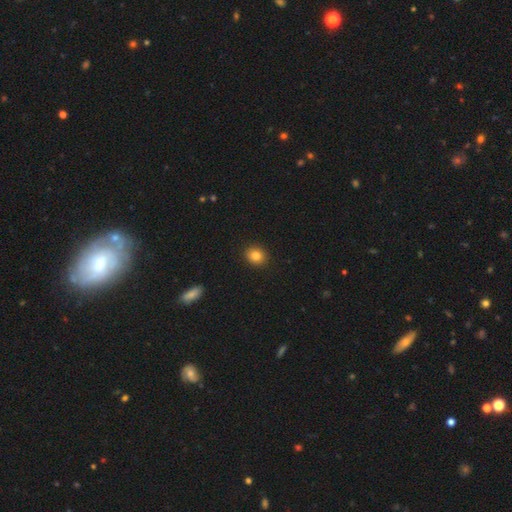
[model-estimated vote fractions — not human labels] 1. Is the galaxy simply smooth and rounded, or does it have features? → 84% smooth, 10% star or artifact, 6% featured or disk.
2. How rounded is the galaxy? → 65% round, 34% in between, 1% cigar-shaped.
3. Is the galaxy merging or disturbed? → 91% none, 6% minor disturbance, 2% major disturbance, 1% merger.